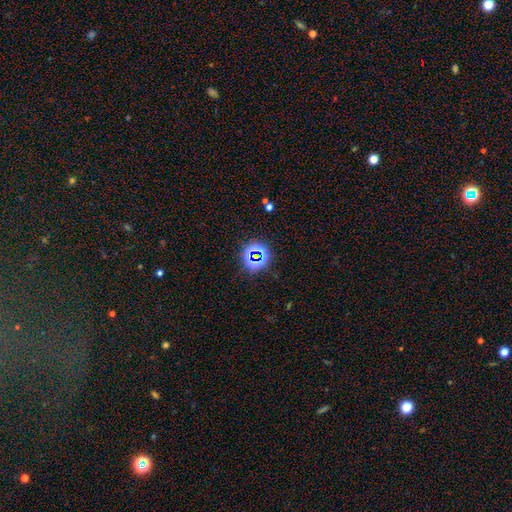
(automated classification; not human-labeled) Smooth or featured?
  - star or artifact: 69% *
  - smooth: 21%
  - featured or disk: 10%